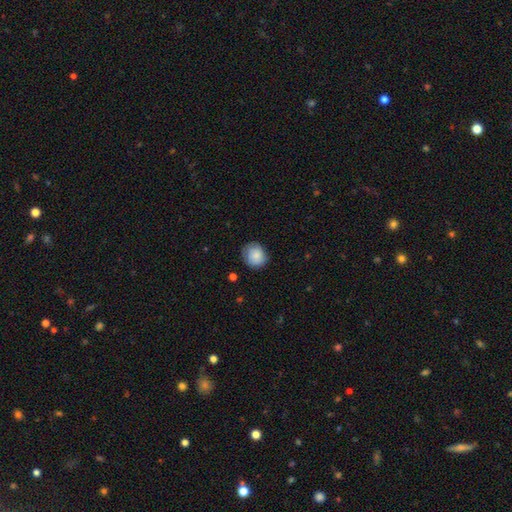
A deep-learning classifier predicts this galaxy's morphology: smooth 80%, featured or disk 12%, star or artifact 7%. Down the decision tree: how rounded — round (82%); merging — none (75%).